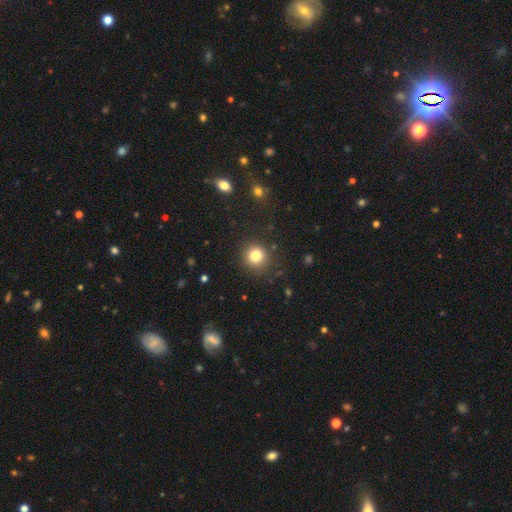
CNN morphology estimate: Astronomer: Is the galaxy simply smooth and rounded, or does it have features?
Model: smooth — 80%.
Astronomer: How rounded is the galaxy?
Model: round — 92%.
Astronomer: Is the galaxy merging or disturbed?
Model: none — 88%.